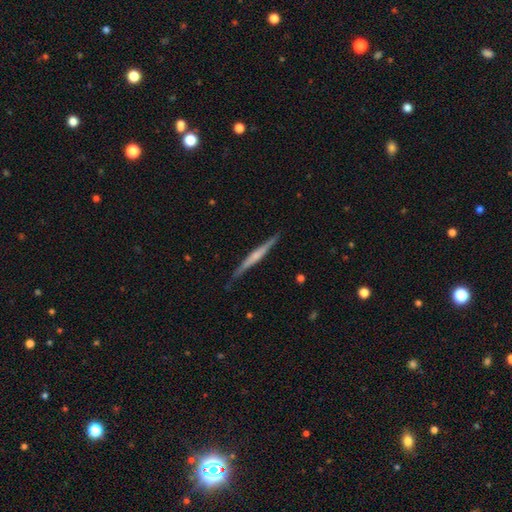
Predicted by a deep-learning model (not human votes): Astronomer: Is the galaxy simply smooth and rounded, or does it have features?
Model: featured or disk — 68%.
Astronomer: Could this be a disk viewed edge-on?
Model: yes — 98%.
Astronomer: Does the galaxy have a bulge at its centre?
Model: rounded — 54% (runner-up: none, 32%).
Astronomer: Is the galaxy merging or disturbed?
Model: none — 87%.